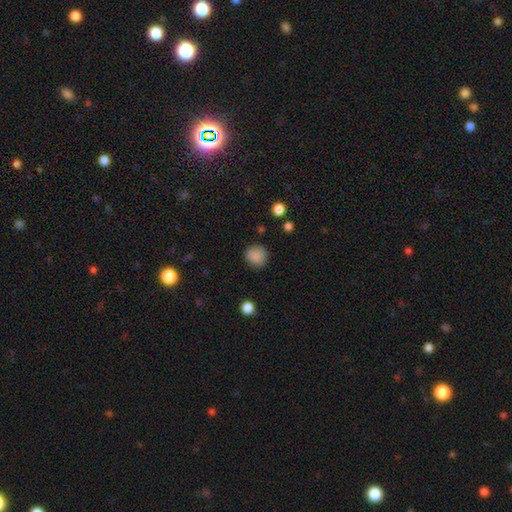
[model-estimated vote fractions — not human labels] Smooth or featured? smooth (86%)
How rounded? round (87%)
Merging? none (83%)